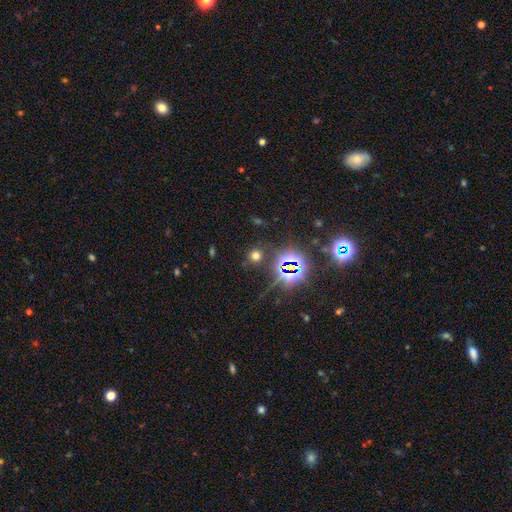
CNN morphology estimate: The model was most divided on "smooth or featured": smooth: 54%, star or artifact: 39%, featured or disk: 7%. More confident: how rounded — round (86%); merging — none (83%).